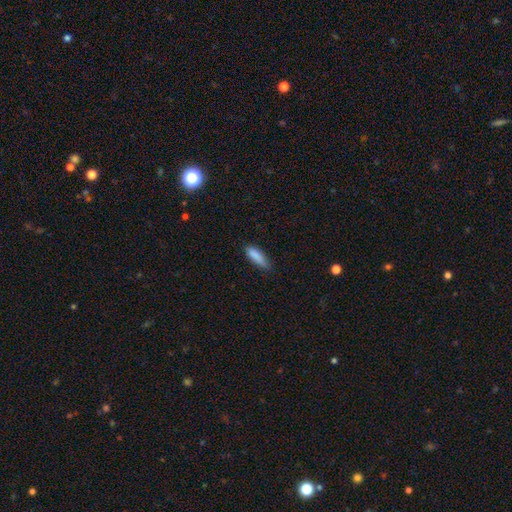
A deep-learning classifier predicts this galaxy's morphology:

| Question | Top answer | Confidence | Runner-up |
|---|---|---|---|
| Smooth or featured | smooth | 86% | star or artifact (7%) |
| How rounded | cigar-shaped | 49% | tied: in between (49%) |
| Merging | none | 70% | minor disturbance (25%) |